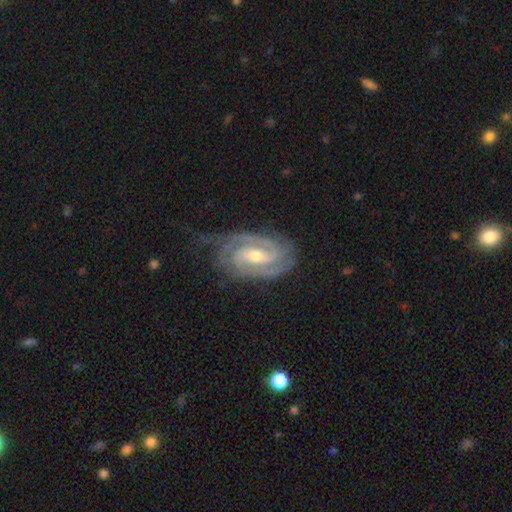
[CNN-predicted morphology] Smooth or featured?
  - featured or disk: 92% *
  - smooth: 4%
  - star or artifact: 4%
Edge-on disk?
  - no: 97% *
  - yes: 3%
Bar?
  - weak: 42% *
  - strong: 36%
  - no: 22%
Spiral arms?
  - yes: 98% *
  - no: 2%
Spiral winding?
  - tight: 67% *
  - medium: 29%
  - loose: 4%
Spiral arm count?
  - 2: 76% *
  - 3: 11%
  - can't tell: 6%
  - 4: 2%
  - 1: 2%
  - more than 4: 2%
Bulge size?
  - moderate: 53% *
  - small: 43%
  - large: 2%
  - none: 1%
  - dominant: 1%
Merging?
  - none: 71% *
  - minor disturbance: 20%
  - major disturbance: 8%
  - merger: 1%